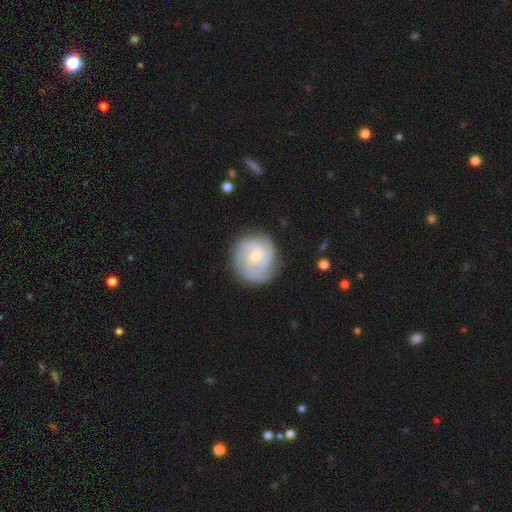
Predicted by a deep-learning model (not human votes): Smooth or featured: featured or disk — 85% (smooth — 10%)
Edge-on disk: no — 98% (yes — 2%)
Bar: no — 61% (weak — 34%)
Spiral arms: yes — 97% (no — 3%)
Spiral winding: tight — 64% (medium — 31%)
Spiral arm count: 3 — 45% (2 — 19%)
Bulge size: small — 59% (moderate — 38%)
Merging: none — 79% (minor disturbance — 15%)